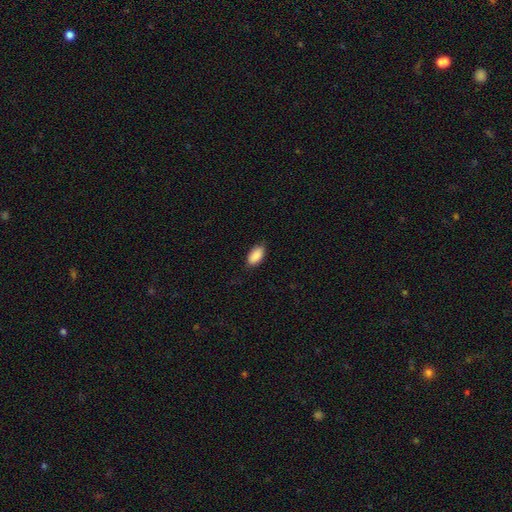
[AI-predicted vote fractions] Smooth or featured? smooth (90%)
How rounded? in between (94%)
Merging? none (83%)